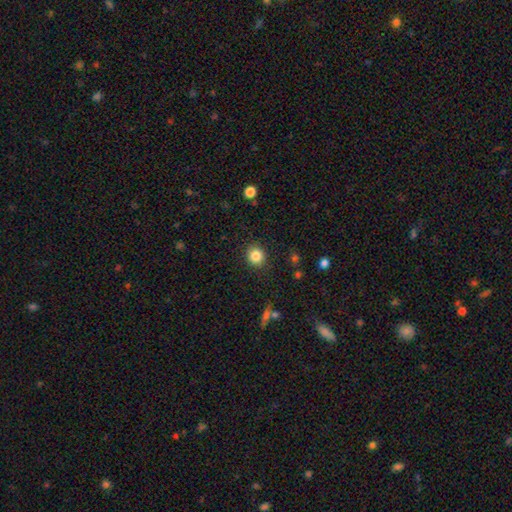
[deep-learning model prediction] Q: Smooth or featured?
A: smooth (84%); runner-up: star or artifact (11%)
Q: How rounded?
A: round (88%); runner-up: in between (11%)
Q: Merging?
A: none (89%); runner-up: minor disturbance (7%)